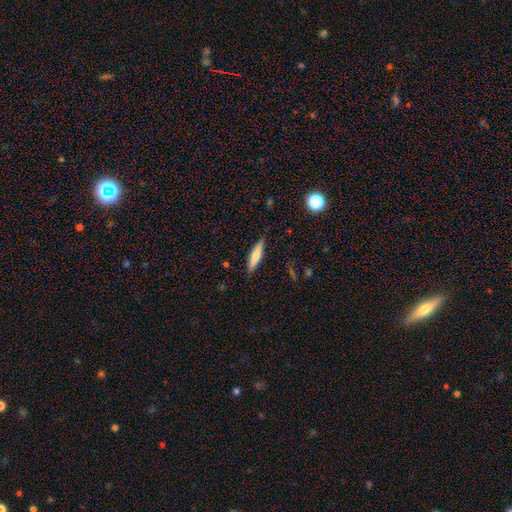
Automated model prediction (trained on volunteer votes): Morphology: type=smooth (66%); roundness=cigar-shaped (79%); merging=none (87%).